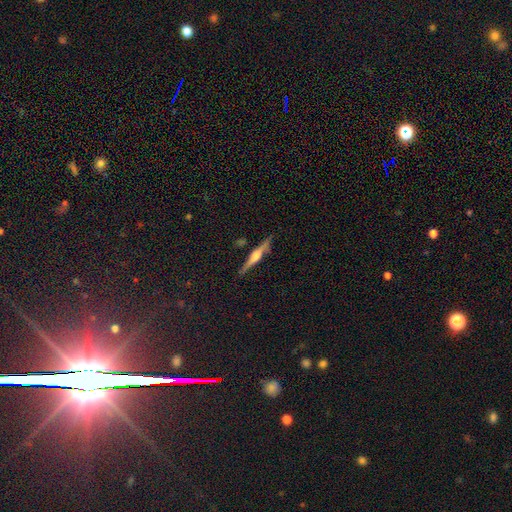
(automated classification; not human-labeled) smooth-or-featured: featured or disk: 72% | smooth: 22% | star or artifact: 6%
  disk-edge-on: yes: 98% | no: 2%
    edge-on-bulge: rounded: 79% | boxy: 15% | none: 7%
  merging: none: 86% | minor disturbance: 10% | major disturbance: 2% | merger: 2%